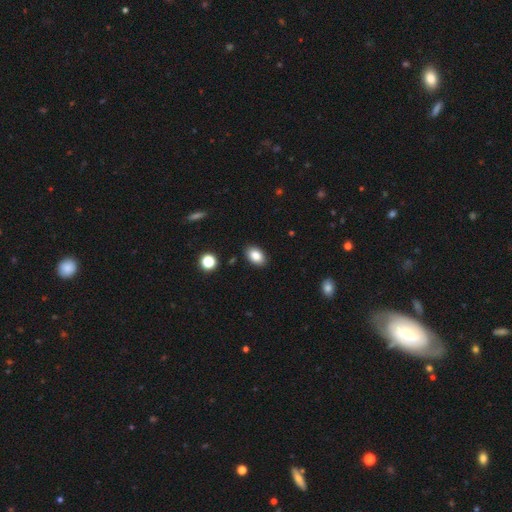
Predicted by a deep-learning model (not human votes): The model was most divided on "smooth or featured": smooth: 86%, star or artifact: 9%, featured or disk: 6%. More confident: how rounded — in between (89%); merging — none (88%).